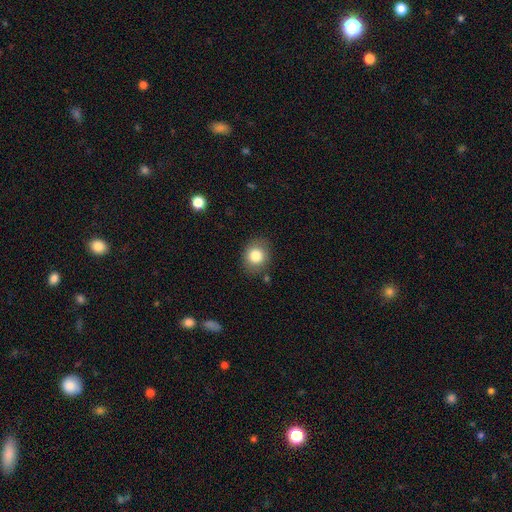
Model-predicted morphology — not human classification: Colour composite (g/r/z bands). It shows a smooth galaxy with no disk features (82%) that is round (72%). Merging: none (84%).